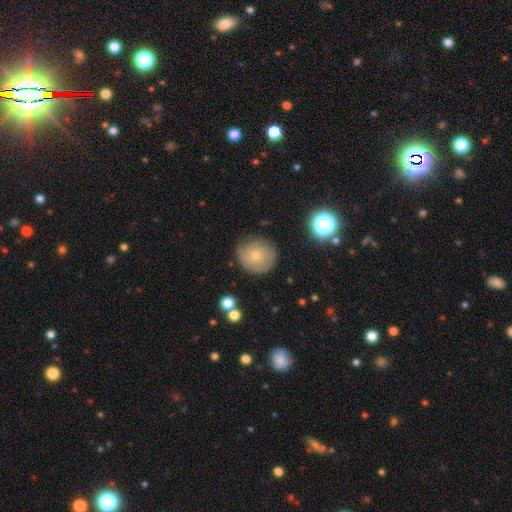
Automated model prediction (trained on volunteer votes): The model was most divided on "smooth or featured": smooth: 66%, featured or disk: 25%, star or artifact: 9%. More confident: how rounded — round (90%); merging — none (77%).